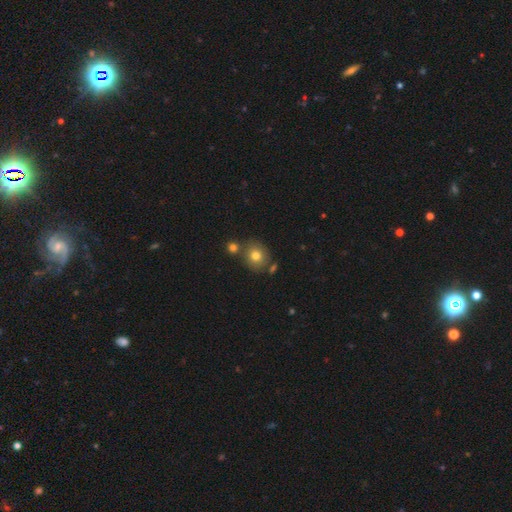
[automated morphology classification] This appears to be a smooth galaxy with no disk features (77%) that is round (81%). Merging: none (71%).